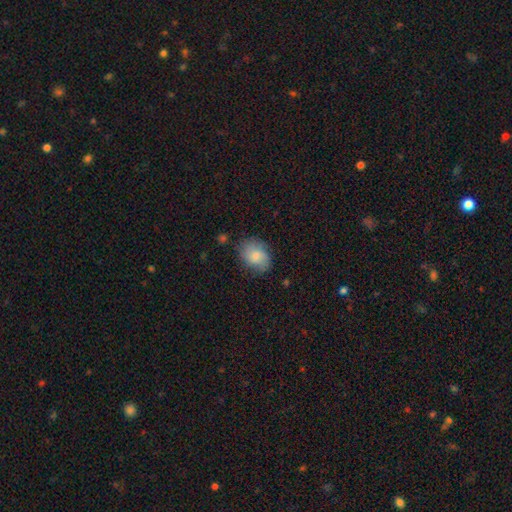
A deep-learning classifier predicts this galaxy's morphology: A smooth galaxy with no disk features (76%) that is in between round and cigar-shaped (60%). Merging: none (70%).